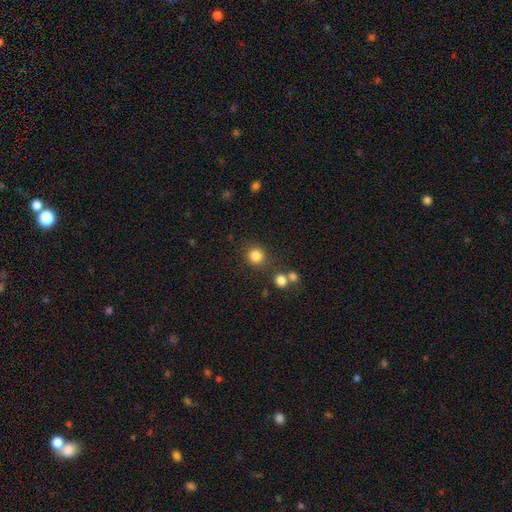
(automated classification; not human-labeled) Overall: smooth (83%). How rounded: round (91%). Merging: none (82%).